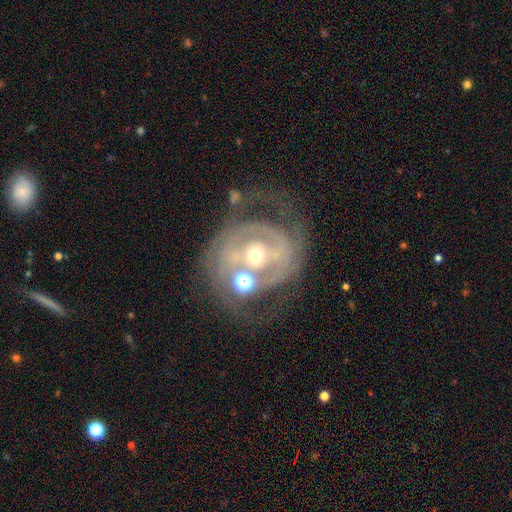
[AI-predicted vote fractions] smooth-or-featured: featured or disk: 84% | smooth: 9% | star or artifact: 7%
  disk-edge-on: no: 97% | yes: 3%
    bar: no: 37% | weak: 33% | strong: 30%
    has-spiral-arms: yes: 84% | no: 16%
      spiral-winding: tight: 54% | medium: 33% | loose: 13%
      spiral-arm-count: 2: 53% | can't tell: 25% | 3: 10% | 1: 6% | 4: 3% | more than 4: 3%
    bulge-size: moderate: 50% | small: 45% | large: 3% | none: 1% | dominant: 1%
  merging: none: 45% | major disturbance: 19% | merger: 18% | minor disturbance: 18%